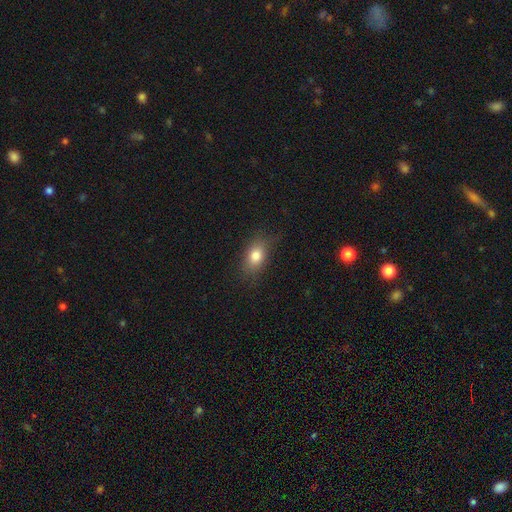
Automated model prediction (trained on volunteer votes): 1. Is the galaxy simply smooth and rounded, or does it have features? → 80% smooth, 11% featured or disk, 10% star or artifact.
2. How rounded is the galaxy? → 80% in between, 16% round, 4% cigar-shaped.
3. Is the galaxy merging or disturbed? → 76% none, 17% minor disturbance, 5% major disturbance, 1% merger.